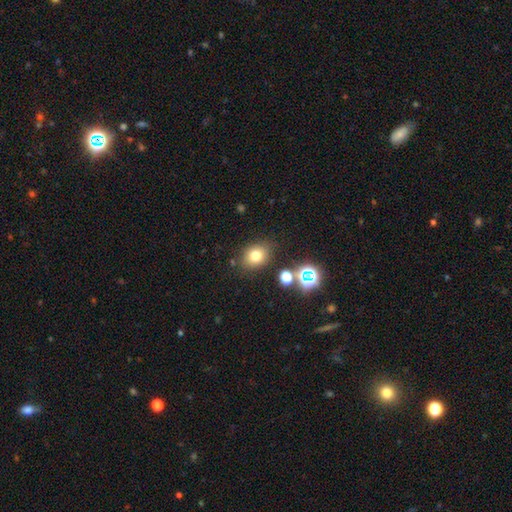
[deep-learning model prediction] smooth-or-featured: smooth: 75% | star or artifact: 16% | featured or disk: 9%
  how-rounded: in between: 52% | round: 47% | cigar-shaped: 1%
  merging: none: 80% | minor disturbance: 11% | merger: 5% | major disturbance: 4%